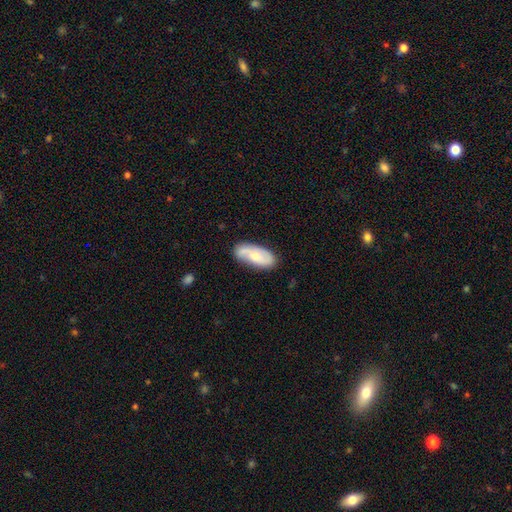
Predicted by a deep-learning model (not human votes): Smooth or featured: featured or disk — 52% (smooth — 43%)
Edge-on disk: no — 91% (yes — 9%)
Merging: none — 72% (minor disturbance — 20%)